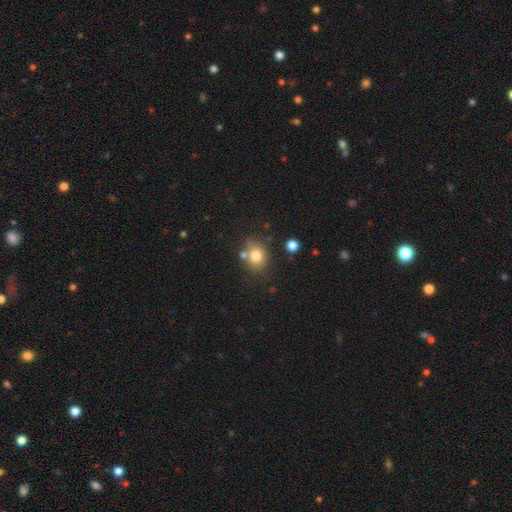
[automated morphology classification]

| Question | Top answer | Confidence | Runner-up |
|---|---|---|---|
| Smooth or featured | smooth | 78% | star or artifact (12%) |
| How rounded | round | 63% | in between (36%) |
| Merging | none | 68% | merger (14%) |